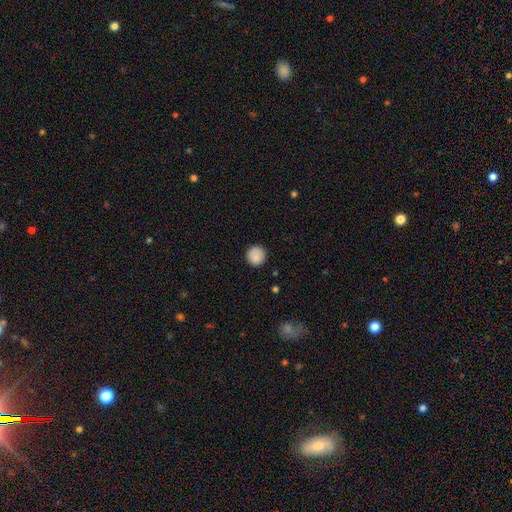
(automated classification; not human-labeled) Smooth or featured: smooth — 87% (star or artifact — 8%)
How rounded: round — 94% (in between — 5%)
Merging: none — 89% (minor disturbance — 8%)